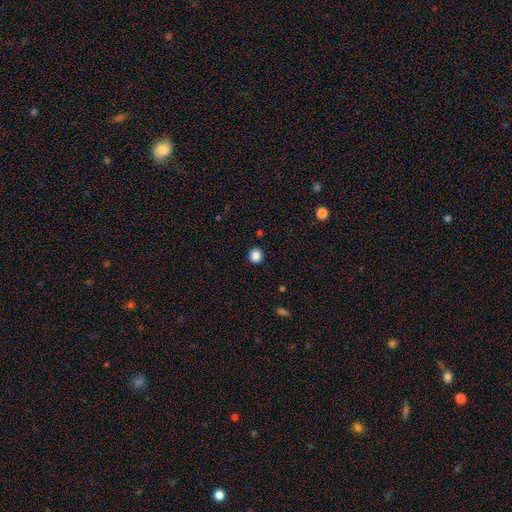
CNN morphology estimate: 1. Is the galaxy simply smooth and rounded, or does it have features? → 87% smooth, 10% star or artifact, 3% featured or disk.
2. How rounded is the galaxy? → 93% round, 6% in between, 1% cigar-shaped.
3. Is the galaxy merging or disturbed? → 92% none, 5% minor disturbance, 2% major disturbance, 1% merger.